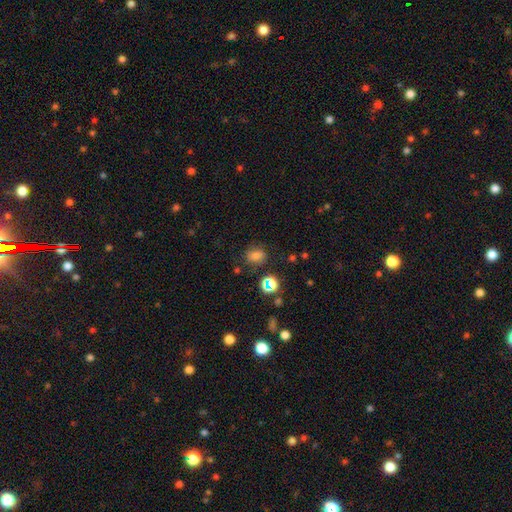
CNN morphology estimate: This is likely a smooth galaxy (67%). How rounded: possibly round (52%). Merging: likely none (72%).